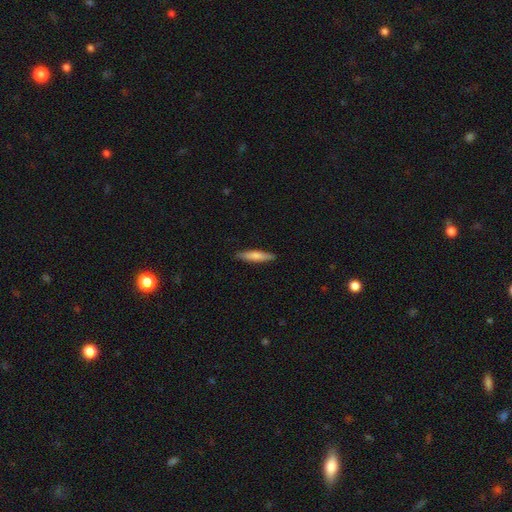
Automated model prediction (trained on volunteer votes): Morphology: type=smooth (72%); roundness=cigar-shaped (86%); merging=none (89%).